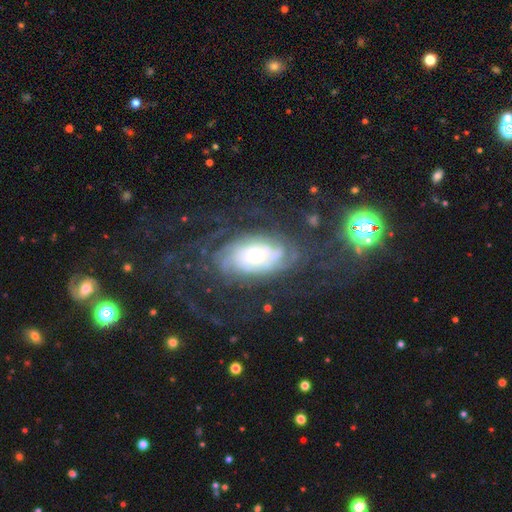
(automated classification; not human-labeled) A featured or disk galaxy (80%) with no bar (71%), tight (65%) spiral arms (95%) and a moderate central bulge (42%).

Vote fractions:
- Smooth or featured? featured or disk: 80% / smooth: 11% / star or artifact: 9%
- Edge-on disk? no: 95% / yes: 5%
- Bar? no: 71% / weak: 21% / strong: 8%
- Spiral arms? yes: 95% / no: 5%
- Spiral winding? tight: 65% / medium: 24% / loose: 10%
- Spiral arm count? can't tell: 39% / 2: 15% / 4: 13% / 3: 13% / more than 4: 13% / 1: 7%
- Bulge size? moderate: 42% / large: 26% / small: 25% / dominant: 4% / none: 3%
- Merging? none: 65% / major disturbance: 17% / minor disturbance: 16% / merger: 2%